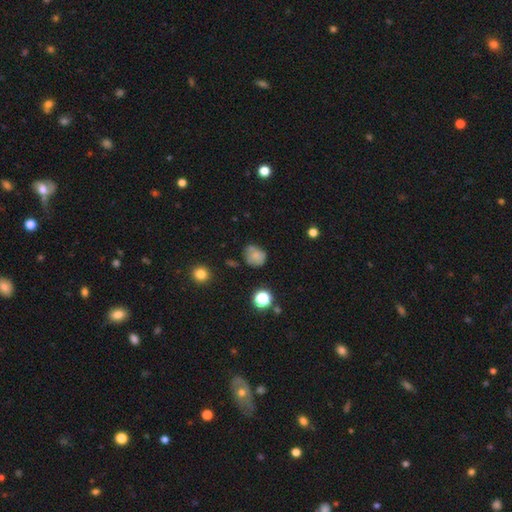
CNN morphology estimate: A smooth galaxy with no disk features (69%) that is round (62%).

Vote fractions:
- Smooth or featured? smooth: 69% / featured or disk: 16% / star or artifact: 15%
- How rounded? round: 62% / in between: 37% / cigar-shaped: 1%
- Merging? none: 53% / minor disturbance: 27% / major disturbance: 11% / merger: 9%